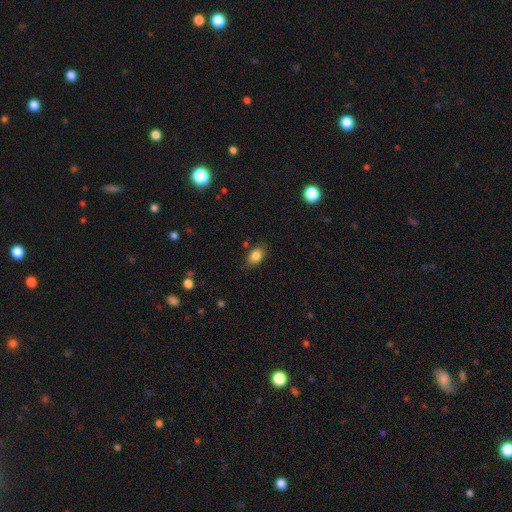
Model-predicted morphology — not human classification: Smooth or featured? Predicted: smooth (p=0.83). How rounded? Predicted: in between (p=0.83). Merging? Predicted: none (p=0.80).